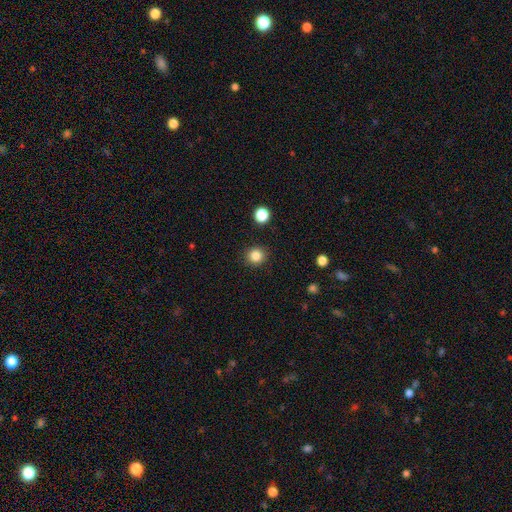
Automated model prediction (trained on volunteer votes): Smooth or featured?
  - smooth: 84% *
  - star or artifact: 11%
  - featured or disk: 4%
How rounded?
  - round: 92% *
  - in between: 7%
  - cigar-shaped: 1%
Merging?
  - none: 92% *
  - minor disturbance: 5%
  - major disturbance: 2%
  - merger: 1%